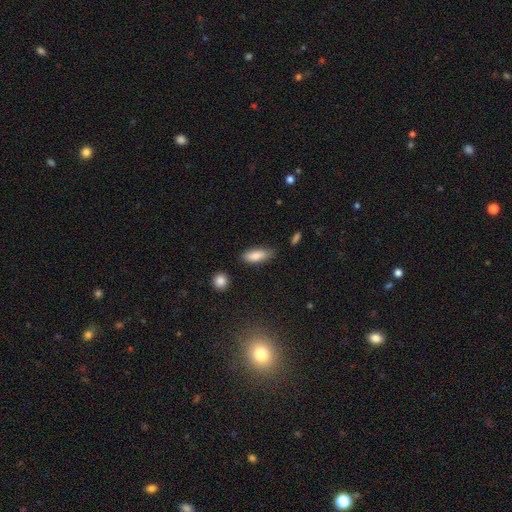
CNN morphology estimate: smooth-or-featured: smooth: 84% | featured or disk: 10% | star or artifact: 7%
  how-rounded: in between: 73% | cigar-shaped: 25% | round: 2%
  merging: none: 76% | minor disturbance: 18% | major disturbance: 3% | merger: 3%